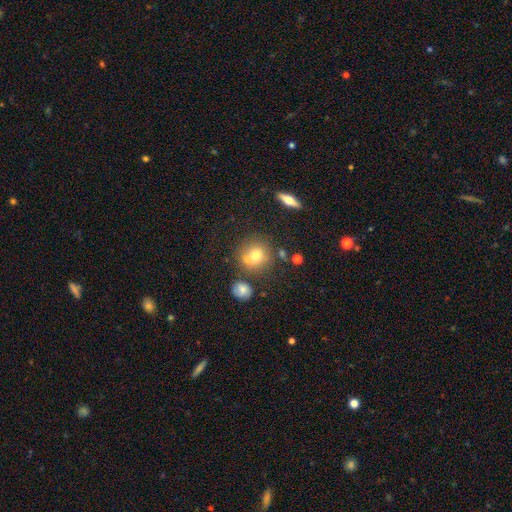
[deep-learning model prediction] Morphology: type=smooth (68%); roundness=round (86%); merging=none (61%).